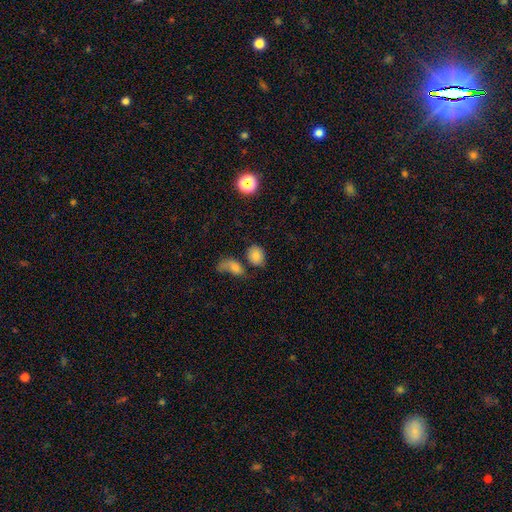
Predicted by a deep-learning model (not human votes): smooth 79%, star or artifact 11%, featured or disk 10%. Down the decision tree: how rounded — in between (60%); merging — none (61%).